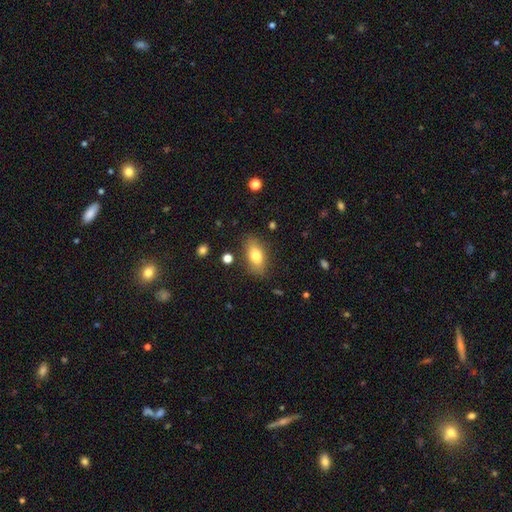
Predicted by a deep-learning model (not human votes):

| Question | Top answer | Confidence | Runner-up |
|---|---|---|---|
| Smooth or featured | smooth | 75% | featured or disk (17%) |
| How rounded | in between | 84% | cigar-shaped (9%) |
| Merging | none | 83% | minor disturbance (12%) |